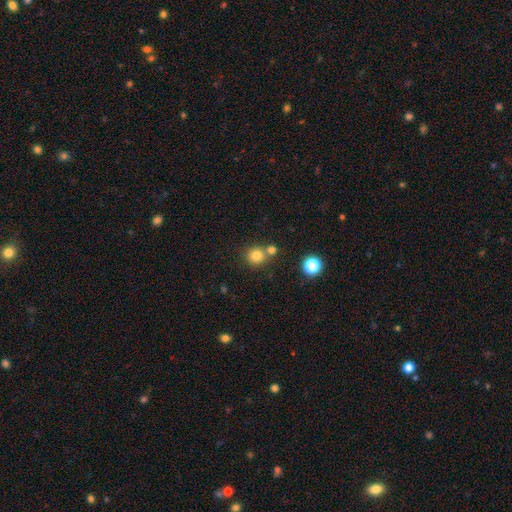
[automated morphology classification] Smooth or featured? Predicted: smooth (p=0.80). How rounded? Predicted: round (p=0.88). Merging? Predicted: none (p=0.64).